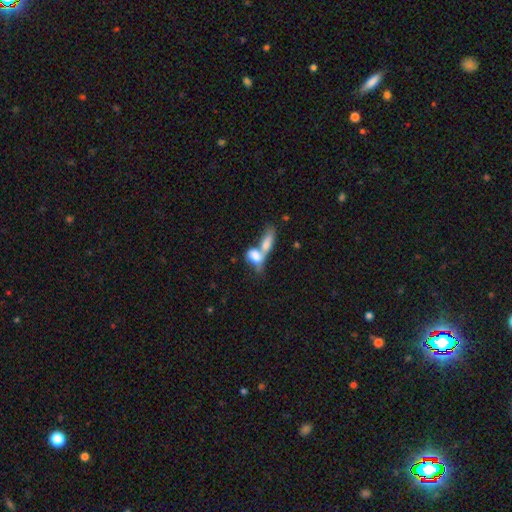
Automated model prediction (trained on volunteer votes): Smooth or featured?
  - smooth: 70% *
  - featured or disk: 22%
  - star or artifact: 8%
How rounded?
  - in between: 78% *
  - cigar-shaped: 13%
  - round: 9%
Merging?
  - merger: 77% *
  - none: 11%
  - major disturbance: 7%
  - minor disturbance: 5%